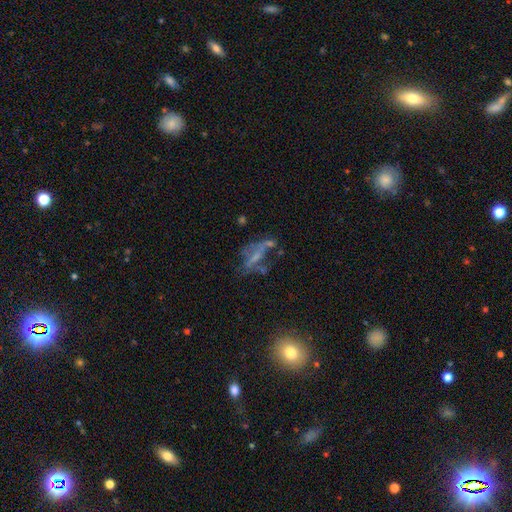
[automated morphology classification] Smooth or featured: featured or disk — 52% (smooth — 27%)
Edge-on disk: no — 86% (yes — 14%)
Merging: none — 35% (major disturbance — 31%)